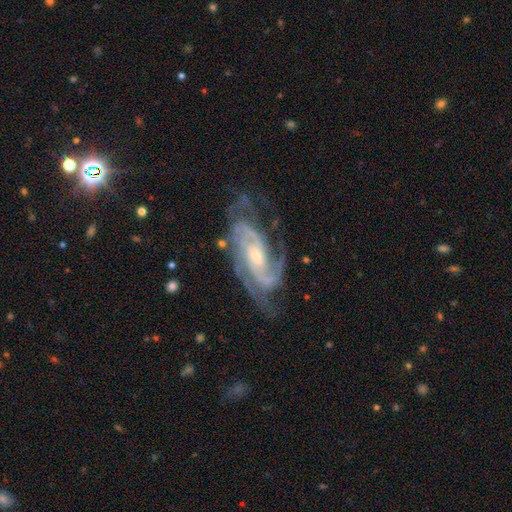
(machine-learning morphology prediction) Overall: featured or disk (91%). Edge-on disk: no (96%). Bar: no (51%; weak 33%). Spiral arms: yes (98%). Spiral arm count: 3 (36%; 2 33%). Spiral winding: tight (52%; medium 41%). Bulge size: small (58%; moderate 38%). Merging: none (67%).